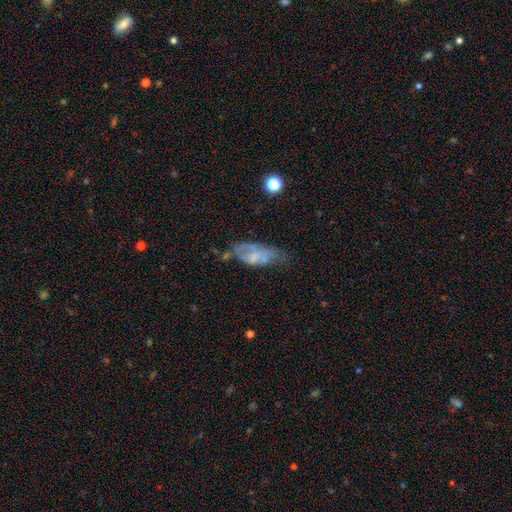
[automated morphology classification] A smooth galaxy with no disk features (47%).

Vote fractions:
- Smooth or featured? smooth: 47% / featured or disk: 44% / star or artifact: 10%
- Merging? none: 34% / minor disturbance: 30% / major disturbance: 26% / merger: 10%